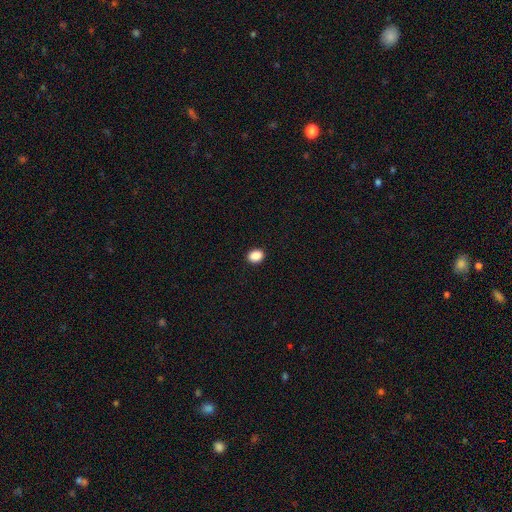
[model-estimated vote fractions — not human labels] Smooth or featured?
  - smooth: 89% *
  - star or artifact: 9%
  - featured or disk: 2%
How rounded?
  - in between: 54% *
  - round: 45%
  - cigar-shaped: 1%
Merging?
  - none: 92% *
  - minor disturbance: 6%
  - major disturbance: 2%
  - merger: 1%